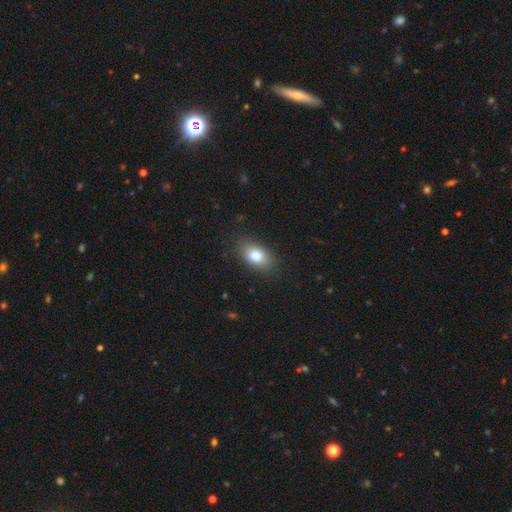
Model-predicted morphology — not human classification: This is clearly a smooth galaxy (81%). How rounded: clearly in between (88%). Merging: clearly none (84%).